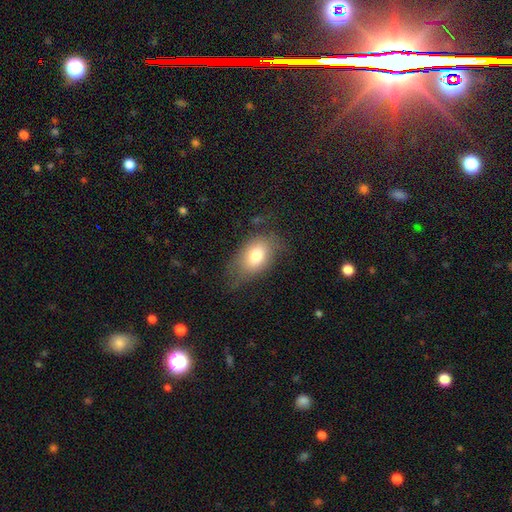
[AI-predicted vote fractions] Smooth or featured: smooth — 75% (featured or disk — 16%)
How rounded: in between — 85% (round — 13%)
Merging: none — 60% (minor disturbance — 26%)